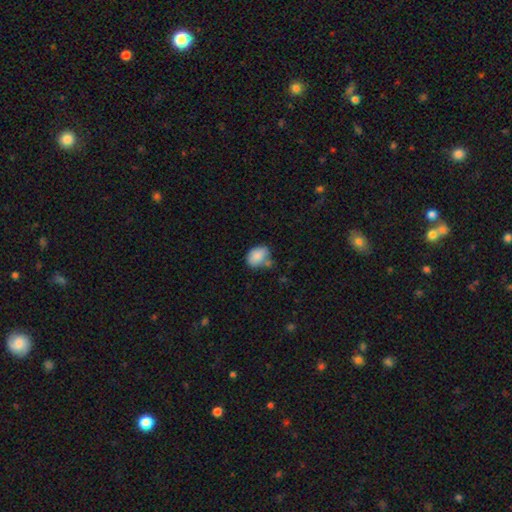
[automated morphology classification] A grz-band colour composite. It shows a smooth galaxy with no disk features (84%) that is in between round and cigar-shaped (75%). Merging: none (50%).